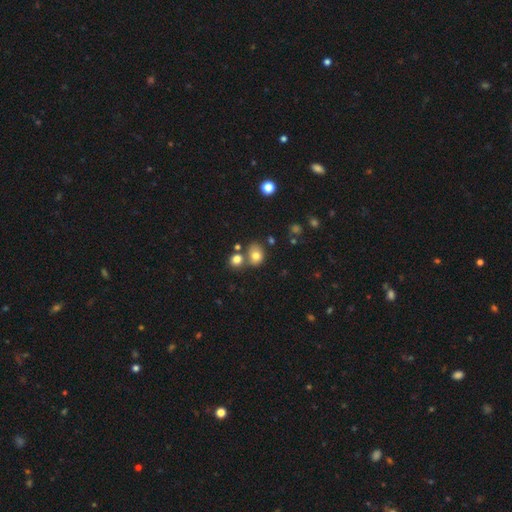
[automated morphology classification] smooth_or_featured: smooth (p=0.76) [alt: star or artifact p=0.13]
how_rounded: round (p=0.55) [alt: in between p=0.44]
merging: none (p=0.54) [alt: merger p=0.29]